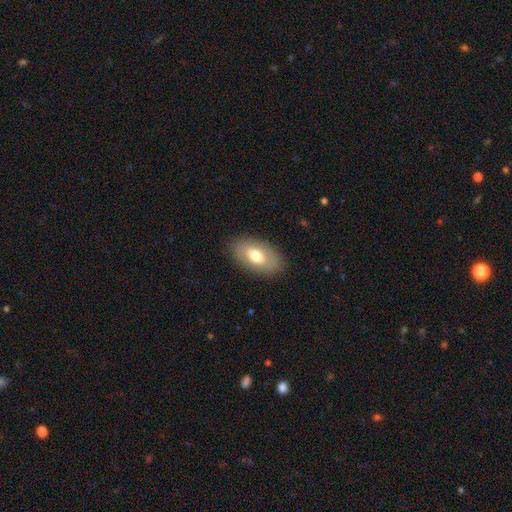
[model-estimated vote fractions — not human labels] This appears to be a smooth galaxy with no disk features (68%) that is in between round and cigar-shaped (93%). Merging: none (85%).